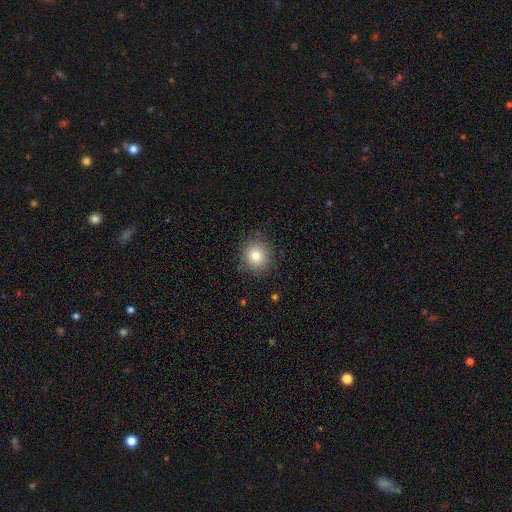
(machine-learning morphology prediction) Q: Smooth or featured?
A: smooth (80%); runner-up: star or artifact (11%)
Q: How rounded?
A: round (86%); runner-up: in between (13%)
Q: Merging?
A: none (86%); runner-up: minor disturbance (10%)